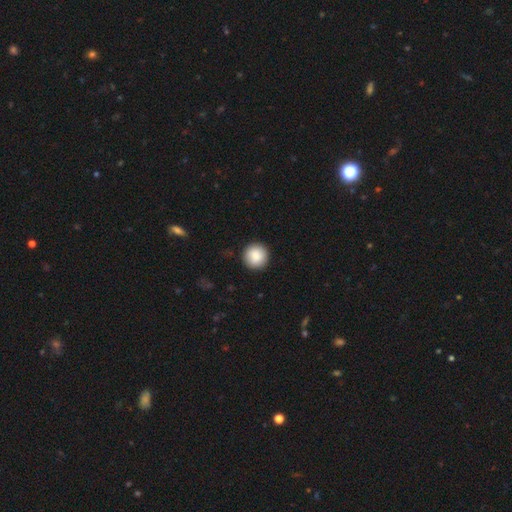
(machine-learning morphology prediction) smooth-or-featured: smooth: 89% | star or artifact: 7% | featured or disk: 4%
  how-rounded: round: 96% | in between: 3% | cigar-shaped: 1%
  merging: none: 92% | minor disturbance: 6% | major disturbance: 2% | merger: 1%